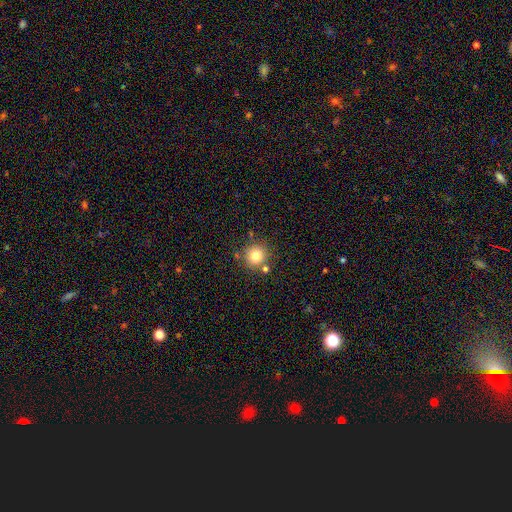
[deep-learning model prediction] smooth-or-featured: smooth: 79% | star or artifact: 12% | featured or disk: 9%
  how-rounded: round: 93% | in between: 6% | cigar-shaped: 1%
  merging: none: 79% | minor disturbance: 10% | merger: 9% | major disturbance: 3%